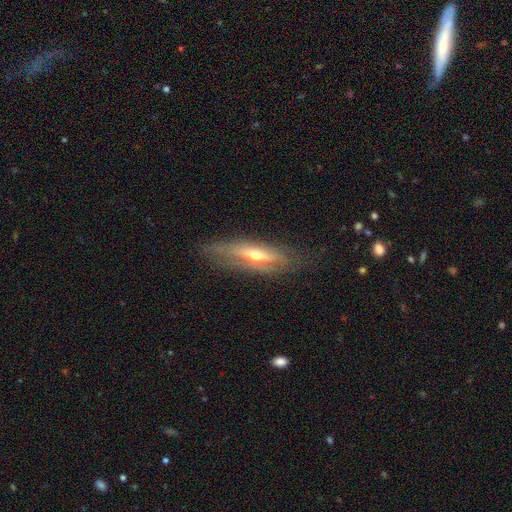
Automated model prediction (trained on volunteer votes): Overall: featured or disk (61%; smooth 32%). Edge-on disk: yes (70%; no 30%). Merging: none (70%).